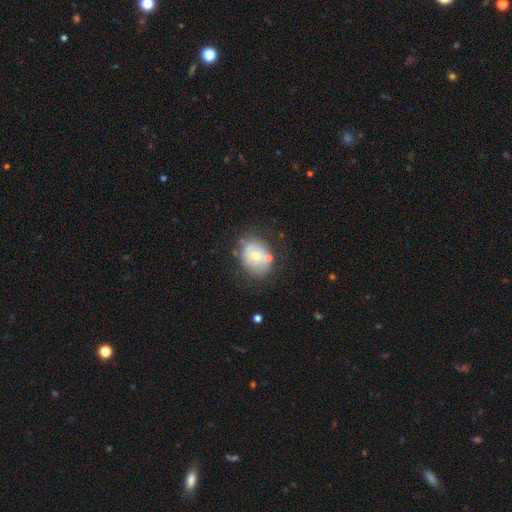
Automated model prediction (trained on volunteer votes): Smooth or featured?
  - smooth: 53% *
  - featured or disk: 38%
  - star or artifact: 8%
How rounded?
  - round: 54% *
  - in between: 45%
  - cigar-shaped: 1%
Merging?
  - none: 61% *
  - minor disturbance: 20%
  - merger: 11%
  - major disturbance: 7%